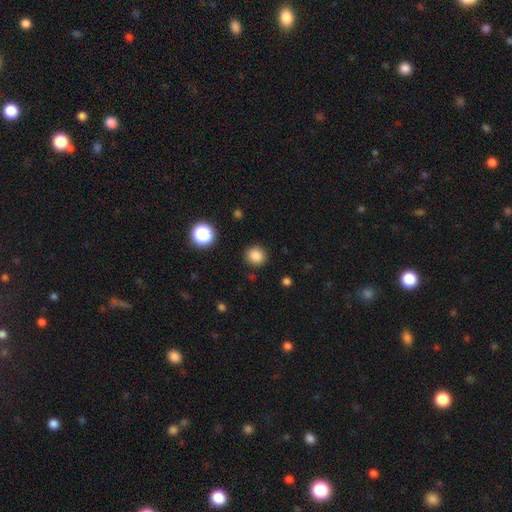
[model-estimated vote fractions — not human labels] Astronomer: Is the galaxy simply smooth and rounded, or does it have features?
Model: smooth — 84%.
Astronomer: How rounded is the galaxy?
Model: round — 88%.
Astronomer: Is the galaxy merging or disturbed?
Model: none — 89%.